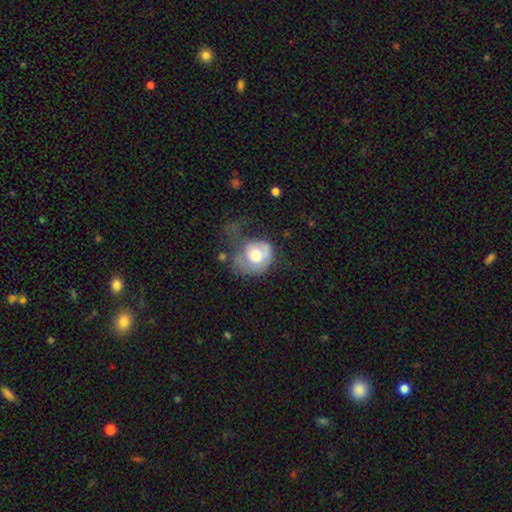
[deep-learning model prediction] Smooth or featured: smooth — 62% (featured or disk — 30%)
How rounded: round — 62% (in between — 37%)
Merging: major disturbance — 48% (minor disturbance — 26%)